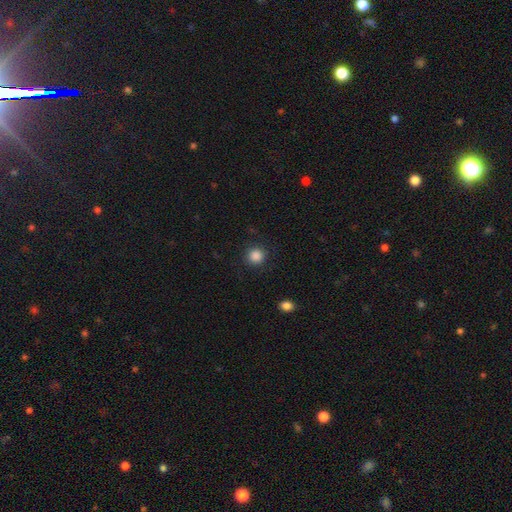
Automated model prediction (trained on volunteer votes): Q: Smooth or featured?
A: smooth (86%); runner-up: star or artifact (10%)
Q: How rounded?
A: round (93%); runner-up: in between (6%)
Q: Merging?
A: none (89%); runner-up: minor disturbance (7%)